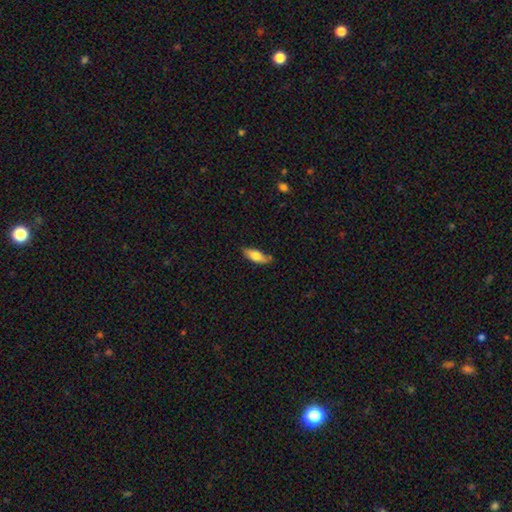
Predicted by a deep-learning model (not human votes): Q: Smooth or featured?
A: smooth (69%); runner-up: featured or disk (25%)
Q: How rounded?
A: in between (67%); runner-up: cigar-shaped (31%)
Q: Merging?
A: none (74%); runner-up: minor disturbance (20%)